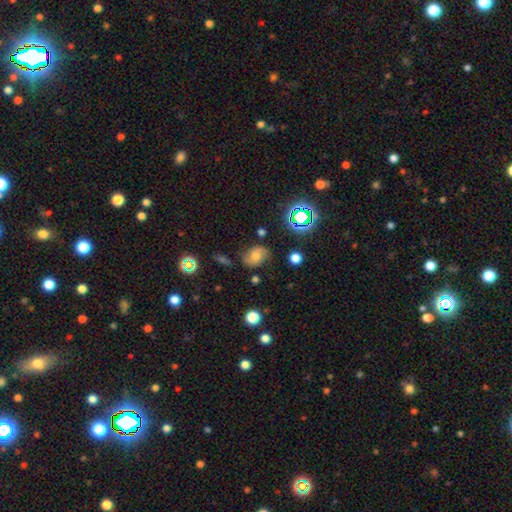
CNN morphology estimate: smooth-or-featured: featured or disk: 45% | smooth: 38% | star or artifact: 17%
  merging: none: 68% | minor disturbance: 21% | major disturbance: 7% | merger: 4%